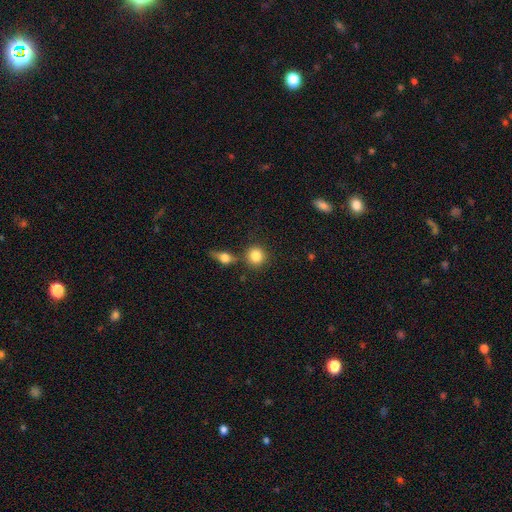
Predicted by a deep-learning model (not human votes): Smooth or featured? Predicted: smooth (p=0.83). How rounded? Predicted: round (p=0.87). Merging? Predicted: none (p=0.72).